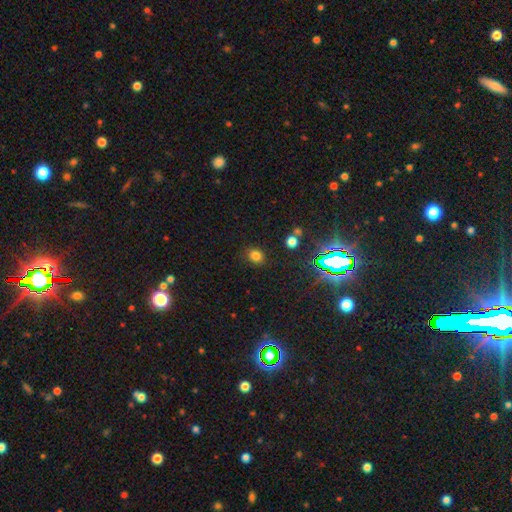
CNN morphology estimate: Overall: smooth (75%). How rounded: round (65%; in between 34%). Merging: none (84%).